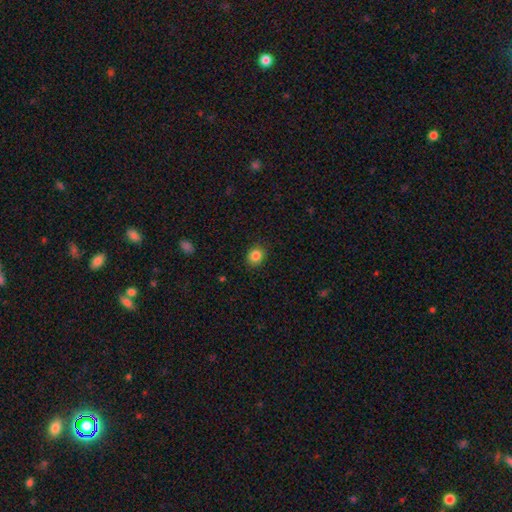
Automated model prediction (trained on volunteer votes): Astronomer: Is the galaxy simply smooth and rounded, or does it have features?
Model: smooth — 85%.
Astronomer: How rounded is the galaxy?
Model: round — 71%.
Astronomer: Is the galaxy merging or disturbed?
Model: none — 90%.